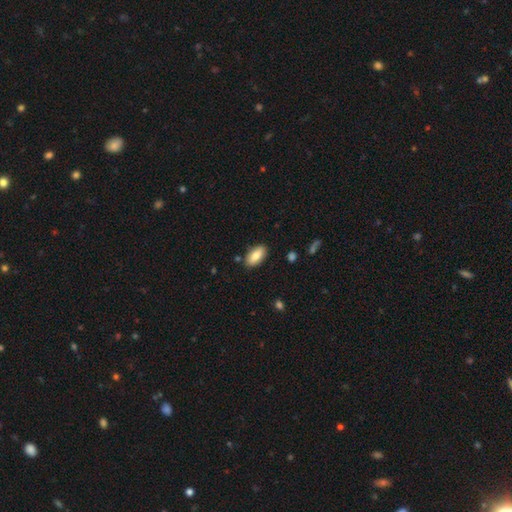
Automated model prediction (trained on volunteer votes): The model was most divided on "smooth or featured": smooth: 79%, featured or disk: 14%, star or artifact: 7%. More confident: how rounded — in between (90%); merging — none (85%).